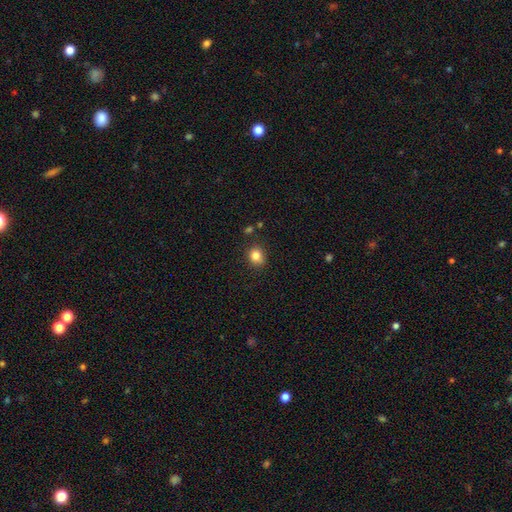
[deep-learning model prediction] Smooth or featured: smooth — 82% (star or artifact — 12%)
How rounded: round — 75% (in between — 24%)
Merging: none — 80% (minor disturbance — 13%)